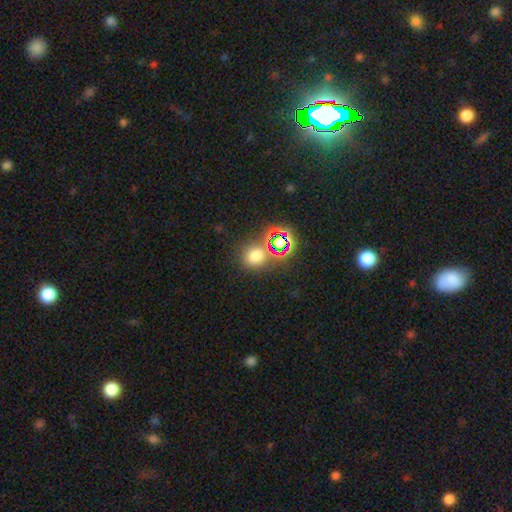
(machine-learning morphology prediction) This is likely a smooth galaxy (62%). How rounded: likely round (77%). Merging: likely none (70%).